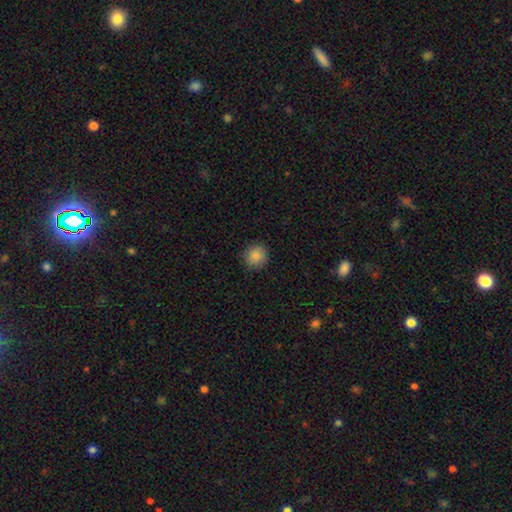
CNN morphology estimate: The model was most divided on "how rounded": round: 87%, in between: 12%, cigar-shaped: 1%. More confident: merging — none (88%); smooth or featured — smooth (86%).